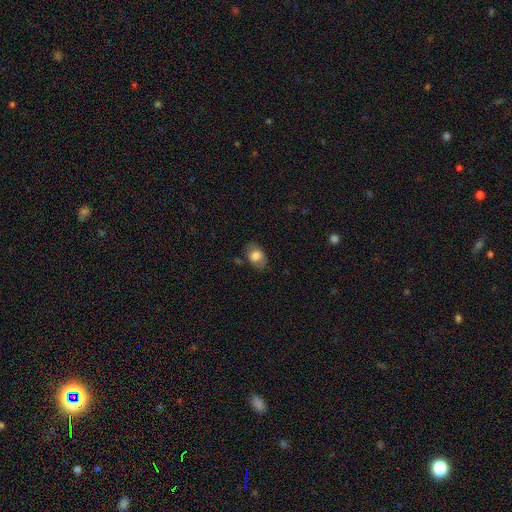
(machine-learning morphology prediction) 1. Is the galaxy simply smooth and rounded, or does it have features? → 74% smooth, 18% featured or disk, 8% star or artifact.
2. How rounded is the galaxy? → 74% in between, 25% round, 1% cigar-shaped.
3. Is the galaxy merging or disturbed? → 71% none, 20% minor disturbance, 7% major disturbance, 2% merger.